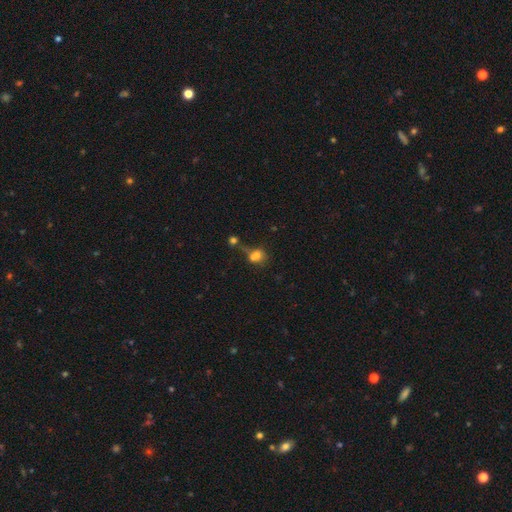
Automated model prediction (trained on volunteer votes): The model was most divided on "how rounded": in between: 52%, round: 46%, cigar-shaped: 2%. Remaining: smooth or featured — smooth (69%); merging — merger (40%).